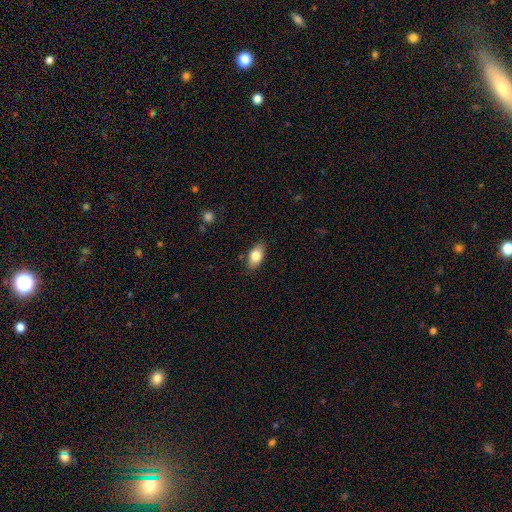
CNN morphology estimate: Smooth or featured? smooth (81%)
How rounded? in between (90%)
Merging? none (84%)